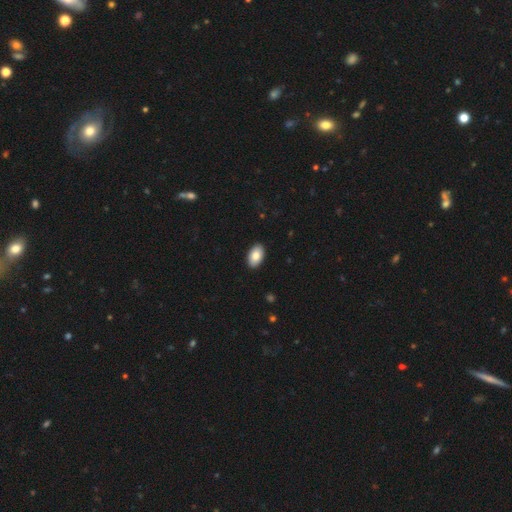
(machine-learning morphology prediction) A smooth galaxy with no disk features (85%) that is in between round and cigar-shaped (94%). Merging: none (91%).